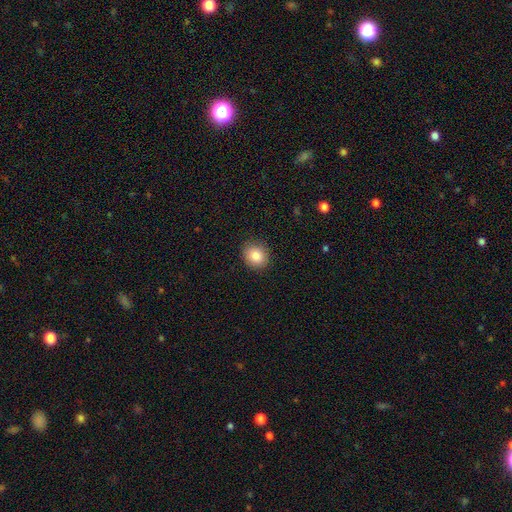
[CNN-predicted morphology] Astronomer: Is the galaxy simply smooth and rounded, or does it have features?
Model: smooth — 85%.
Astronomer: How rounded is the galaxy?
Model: round — 69%.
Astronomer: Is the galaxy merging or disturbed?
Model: none — 89%.